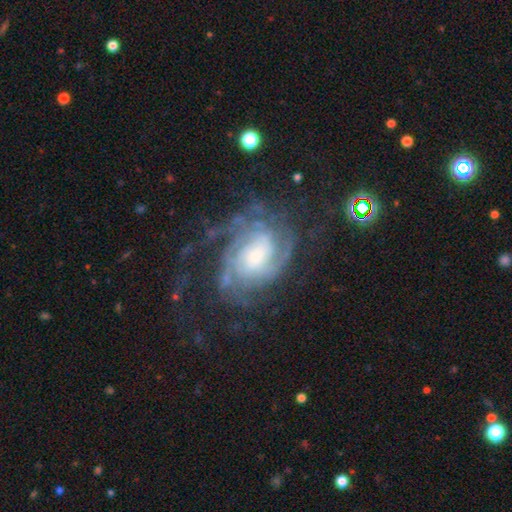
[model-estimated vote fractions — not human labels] The model was most divided on "bulge size": moderate: 37%, small: 32%, large: 23%, none: 6%, dominant: 3%. Remaining: edge-on disk — no (97%); spiral arms — yes (95%); smooth or featured — featured or disk (86%); bar — no (61%); merging — none (58%); spiral winding — tight (53%); spiral arm count — can't tell (32%).